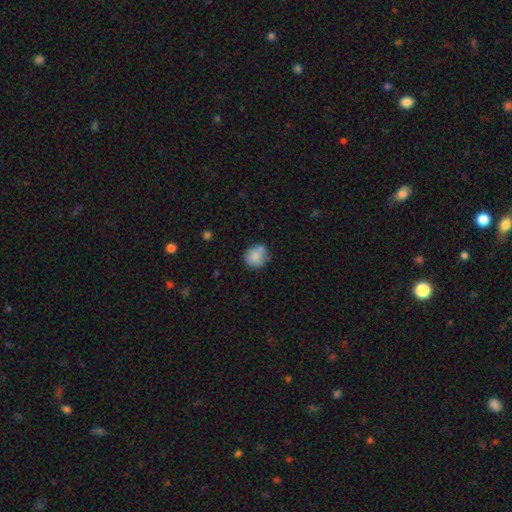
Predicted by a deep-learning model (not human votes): This appears to be a smooth galaxy with no disk features (80%) that is round (80%). Merging: none (63%).